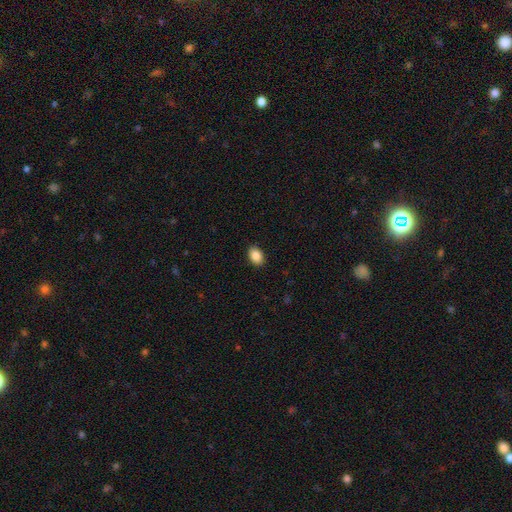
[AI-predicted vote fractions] The model was most divided on "how rounded": in between: 83%, round: 16%, cigar-shaped: 1%. More confident: merging — none (90%); smooth or featured — smooth (87%).